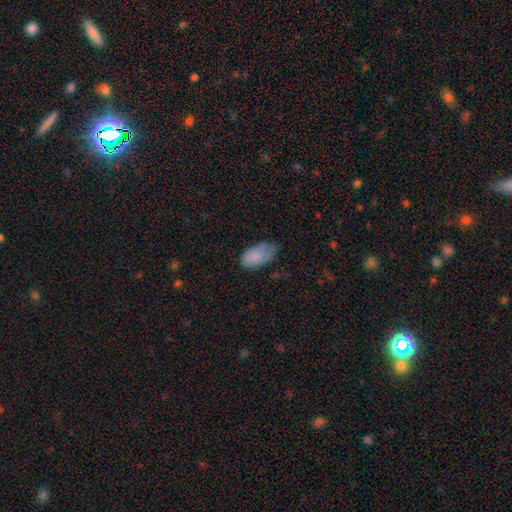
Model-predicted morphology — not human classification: Q: Smooth or featured?
A: smooth (82%); runner-up: featured or disk (11%)
Q: How rounded?
A: in between (94%); runner-up: round (4%)
Q: Merging?
A: none (47%); runner-up: minor disturbance (39%)